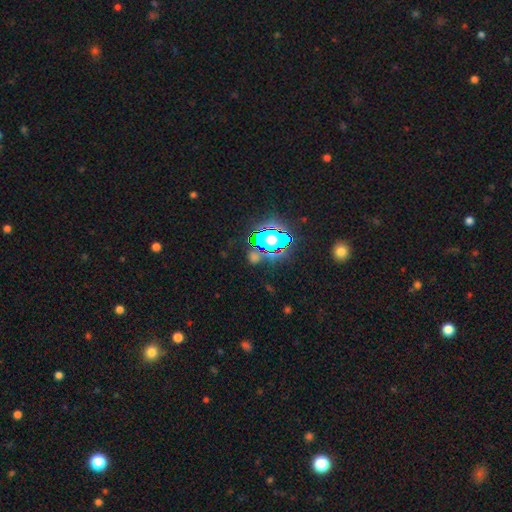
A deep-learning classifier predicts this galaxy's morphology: smooth-or-featured: star or artifact: 68% | smooth: 20% | featured or disk: 11%